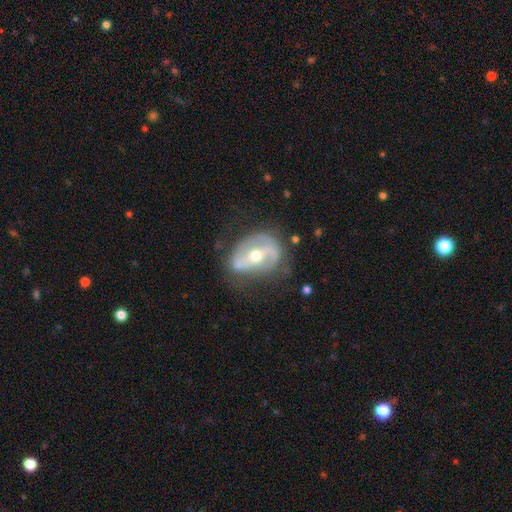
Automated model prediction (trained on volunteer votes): A featured or disk galaxy (75%) with a strong bar (49%), spiral arms (56%) and a moderate central bulge (64%). Merging: none (55%).